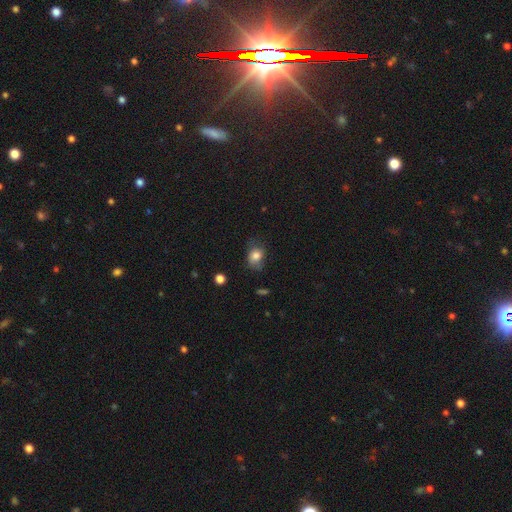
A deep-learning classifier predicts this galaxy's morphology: Smooth or featured: smooth — 78% (featured or disk — 12%)
How rounded: in between — 58% (round — 41%)
Merging: none — 56% (minor disturbance — 30%)